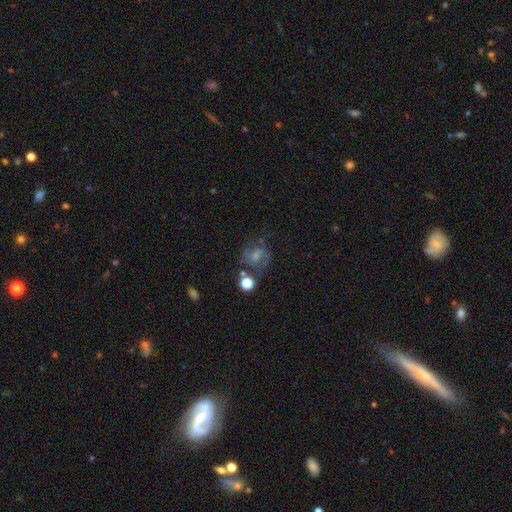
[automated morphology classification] The model was most divided on "bulge size": moderate: 39%, small: 38%, none: 14%, large: 7%, dominant: 2%. Remaining: edge-on disk — no (97%); spiral arms — yes (86%); merging — none (67%); smooth or featured — featured or disk (58%); bar — weak (48%).